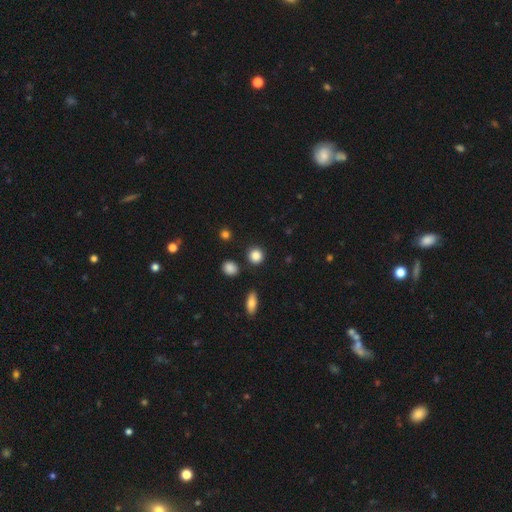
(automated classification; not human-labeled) Overall: smooth (86%). How rounded: round (91%). Merging: none (87%).